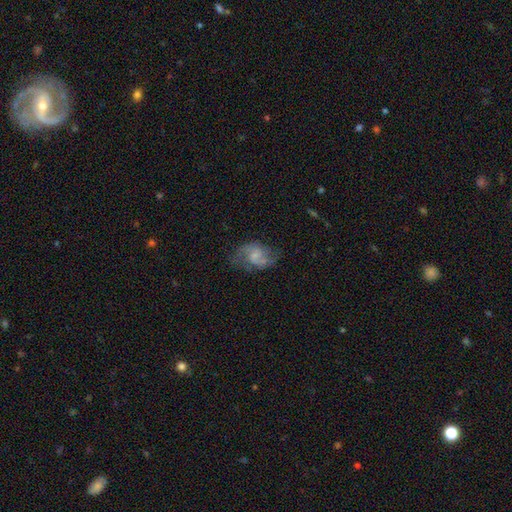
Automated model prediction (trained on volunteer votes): The model was most divided on "bulge size": small: 37%, none: 35%, moderate: 22%, large: 5%, dominant: 1%. More confident: edge-on disk — no (97%); spiral arms — yes (82%); smooth or featured — featured or disk (62%); merging — none (53%); bar — no (51%).